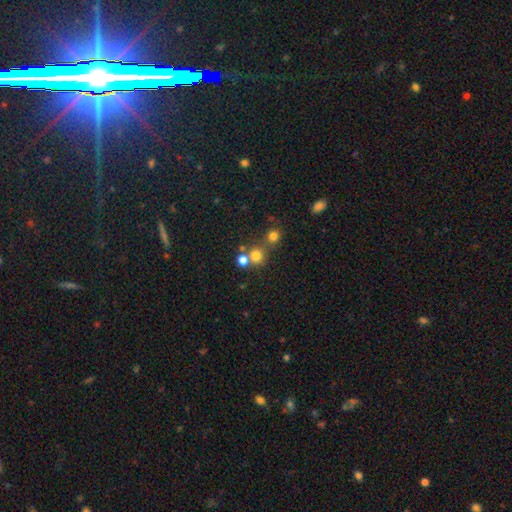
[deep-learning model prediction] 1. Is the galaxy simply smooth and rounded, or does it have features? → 74% smooth, 17% star or artifact, 9% featured or disk.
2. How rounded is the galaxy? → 88% round, 11% in between, 1% cigar-shaped.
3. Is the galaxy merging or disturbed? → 57% none, 32% merger, 7% minor disturbance, 4% major disturbance.